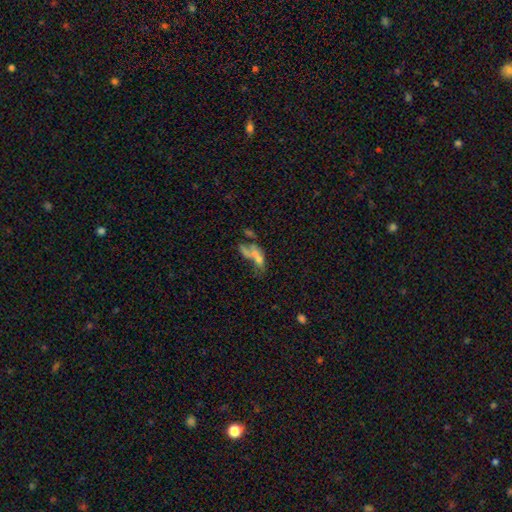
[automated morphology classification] Smooth or featured? Predicted: smooth (p=0.44). Merging? Predicted: merger (p=0.52).